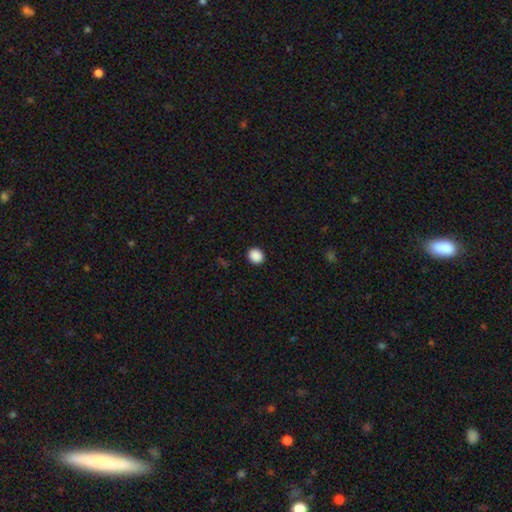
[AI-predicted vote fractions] smooth_or_featured: smooth (p=0.89) [alt: star or artifact p=0.09]
how_rounded: round (p=0.72) [alt: in between p=0.27]
merging: none (p=0.92) [alt: minor disturbance p=0.05]